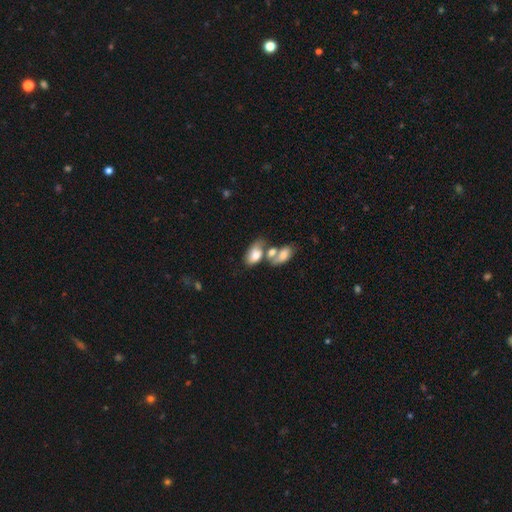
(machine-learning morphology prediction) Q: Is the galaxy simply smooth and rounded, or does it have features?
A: smooth — 67%.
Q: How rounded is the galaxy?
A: in between — 91%.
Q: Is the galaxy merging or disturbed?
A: merger — 56%.